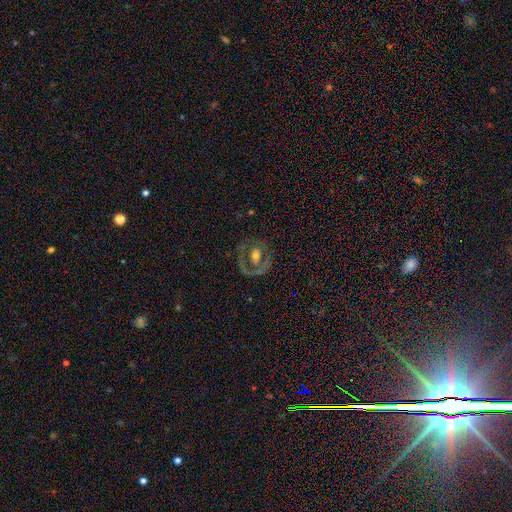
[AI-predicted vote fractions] A featured or disk galaxy (63%) with no bar (63%), no spiral arms (64%) and a moderate central bulge (66%). Merging: none (64%).